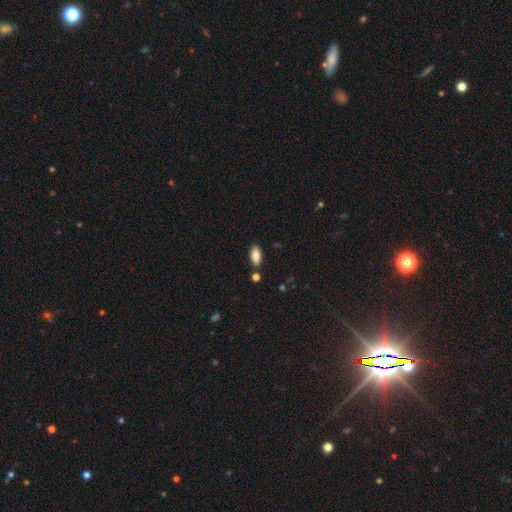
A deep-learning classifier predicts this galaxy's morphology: The model was most divided on "merging": none: 84%, minor disturbance: 10%, merger: 5%, major disturbance: 2%. More confident: how rounded — in between (91%); smooth or featured — smooth (84%).